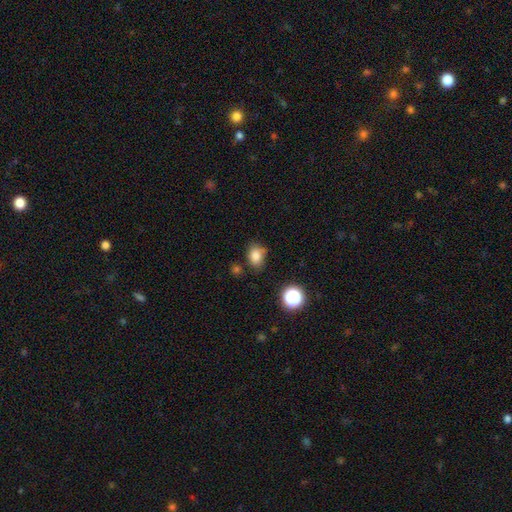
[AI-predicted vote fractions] Morphology: type=smooth (82%); roundness=in between (64%); merging=none (69%).